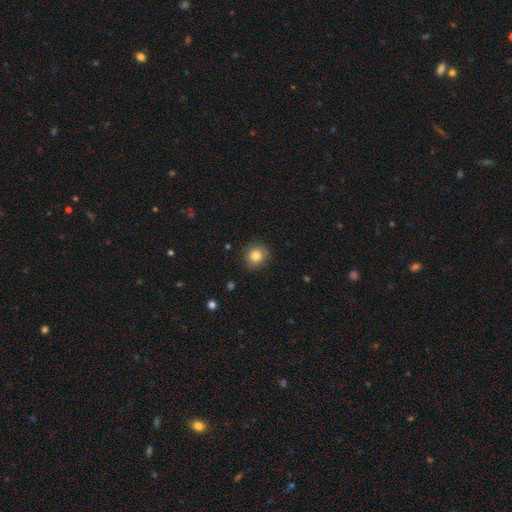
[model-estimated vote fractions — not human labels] smooth 83%, star or artifact 10%, featured or disk 7%. Down the decision tree: how rounded — round (86%); merging — none (85%).